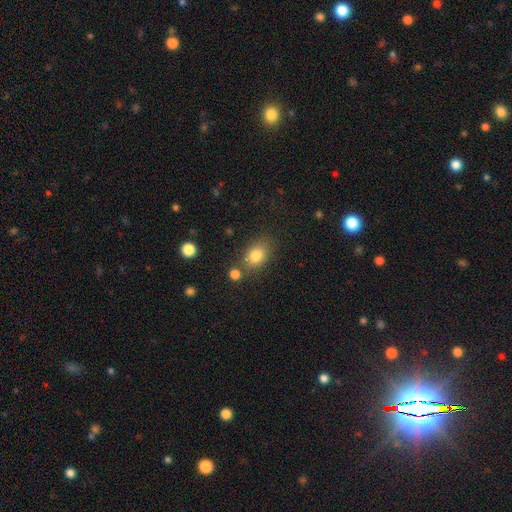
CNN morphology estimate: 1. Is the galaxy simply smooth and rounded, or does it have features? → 81% smooth, 10% star or artifact, 9% featured or disk.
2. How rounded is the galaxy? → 72% in between, 27% round, 2% cigar-shaped.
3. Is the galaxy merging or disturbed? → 71% none, 15% minor disturbance, 10% merger, 5% major disturbance.